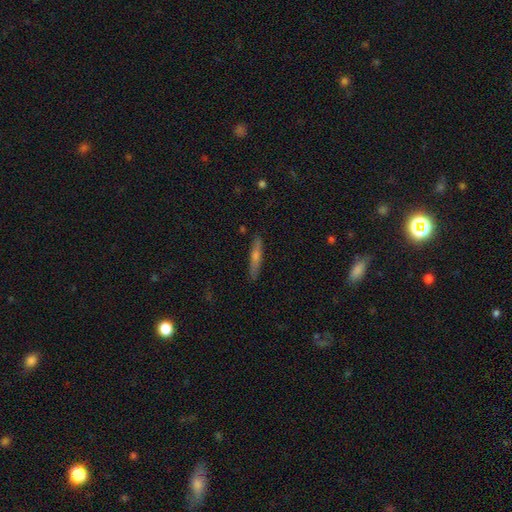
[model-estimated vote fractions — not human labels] smooth-or-featured: featured or disk: 47% | smooth: 45% | star or artifact: 8%
  merging: none: 88% | minor disturbance: 9% | major disturbance: 2% | merger: 1%